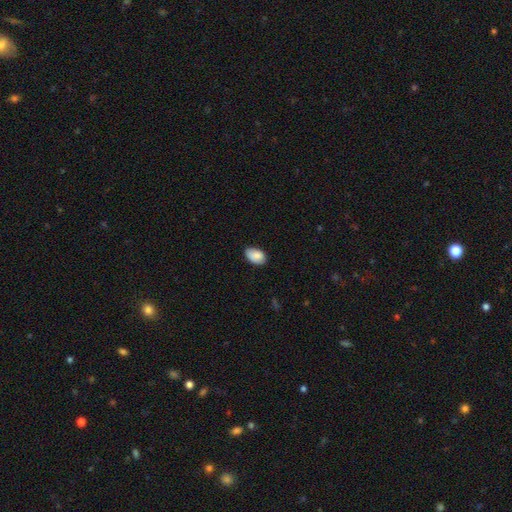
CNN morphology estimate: A smooth galaxy with no disk features (87%) that is in between round and cigar-shaped (91%). Merging: none (69%).